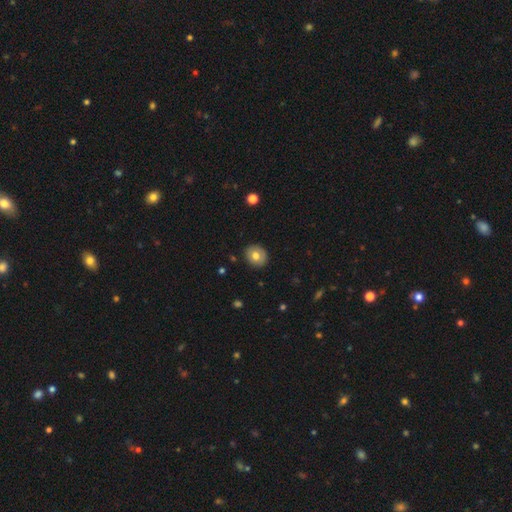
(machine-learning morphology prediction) smooth-or-featured: smooth: 72% | featured or disk: 20% | star or artifact: 8%
  how-rounded: round: 78% | in between: 22% | cigar-shaped: 1%
  merging: none: 87% | minor disturbance: 10% | major disturbance: 2% | merger: 1%